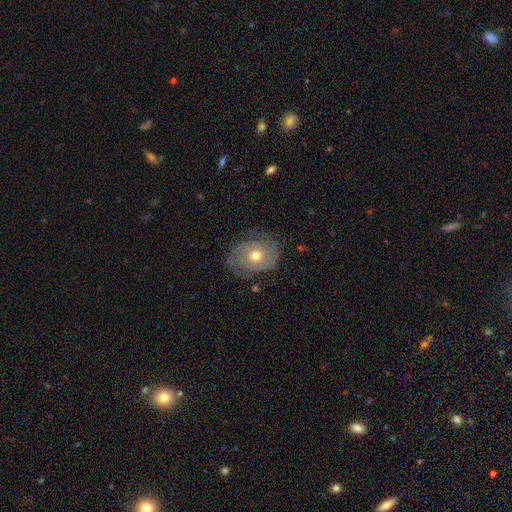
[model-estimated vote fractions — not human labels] Smooth or featured? featured or disk (56%)
Edge-on disk? no (95%)
Bar? no (85%)
Spiral arms? yes (68%)
Bulge size? moderate (75%)
Merging? none (69%)